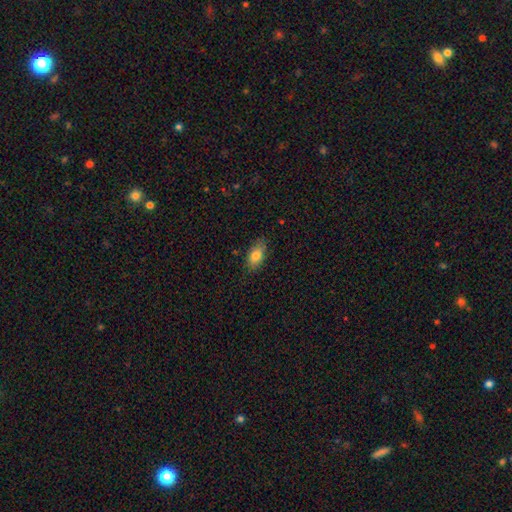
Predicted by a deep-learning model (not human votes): The model was most divided on "merging": none: 77%, minor disturbance: 18%, major disturbance: 4%, merger: 1%. More confident: how rounded — in between (88%); smooth or featured — smooth (80%).